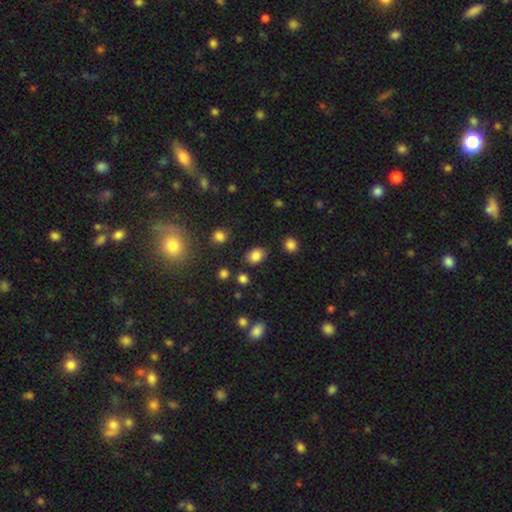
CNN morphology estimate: A smooth galaxy with no disk features (83%) that is in between round and cigar-shaped (67%).

Vote fractions:
- Smooth or featured? smooth: 83% / star or artifact: 12% / featured or disk: 5%
- How rounded? in between: 67% / round: 32% / cigar-shaped: 1%
- Merging? none: 82% / minor disturbance: 12% / merger: 3% / major disturbance: 3%